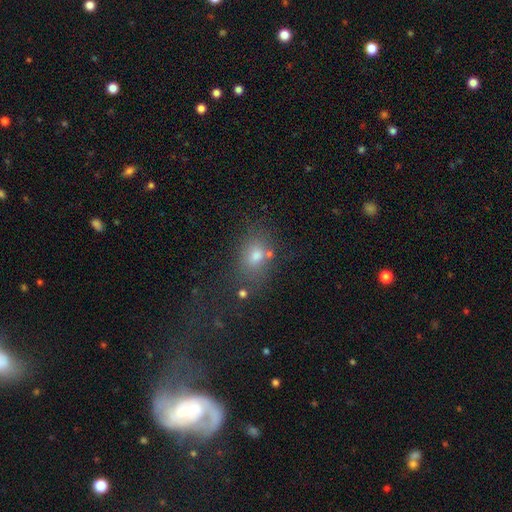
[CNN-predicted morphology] This appears to be a smooth galaxy with no disk features (70%) that is in between round and cigar-shaped (63%). Merging: none (62%).